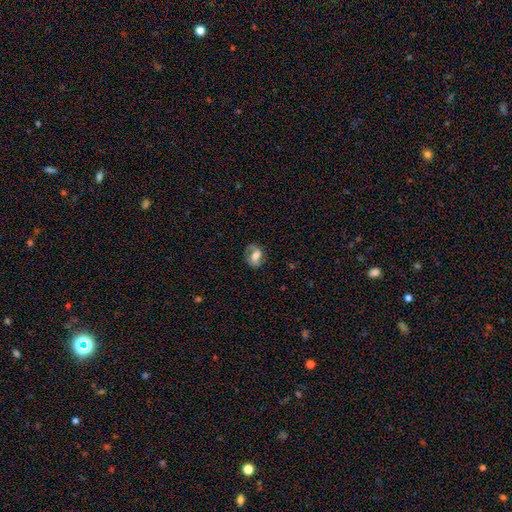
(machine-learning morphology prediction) smooth_or_featured: featured or disk (p=0.58) [alt: smooth p=0.33]
disk_edge_on: no (p=0.96) [alt: yes p=0.04]
bar: weak (p=0.42) [alt: no p=0.34]
has_spiral_arms: yes (p=0.84) [alt: no p=0.16]
bulge_size: moderate (p=0.46) [alt: large p=0.31]
merging: none (p=0.69) [alt: minor disturbance p=0.19]